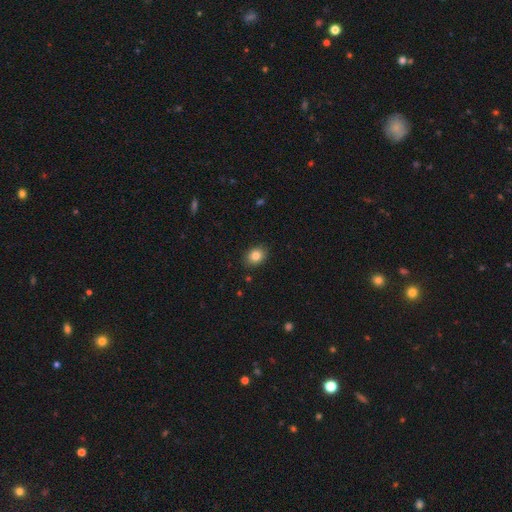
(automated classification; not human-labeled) smooth-or-featured: smooth: 84% | star or artifact: 10% | featured or disk: 7%
  how-rounded: in between: 58% | round: 41% | cigar-shaped: 1%
  merging: none: 89% | minor disturbance: 8% | major disturbance: 2% | merger: 1%